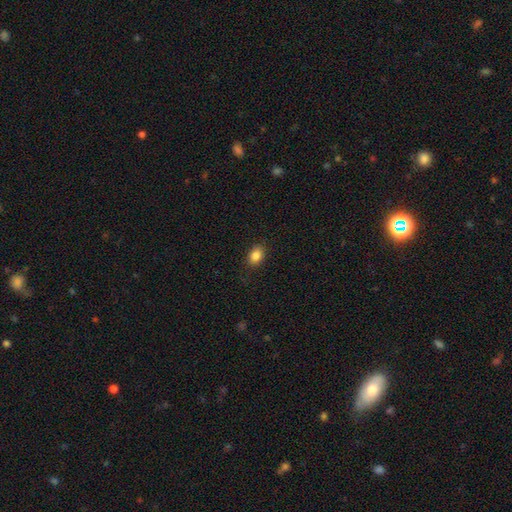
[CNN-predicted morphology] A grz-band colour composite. It shows a smooth galaxy with no disk features (85%) that is in between round and cigar-shaped (75%). Merging: none (87%).